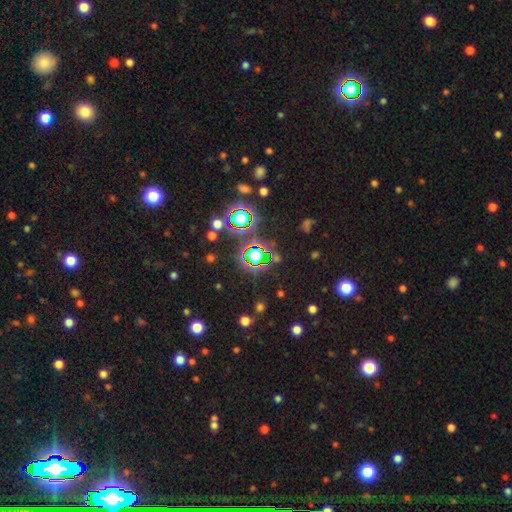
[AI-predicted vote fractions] Smooth or featured? Predicted: star or artifact (p=0.75).